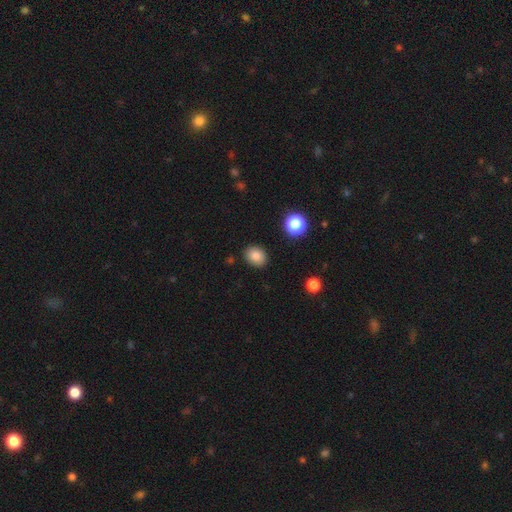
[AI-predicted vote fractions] Morphology: type=smooth (83%); roundness=in between (57%); merging=none (88%).